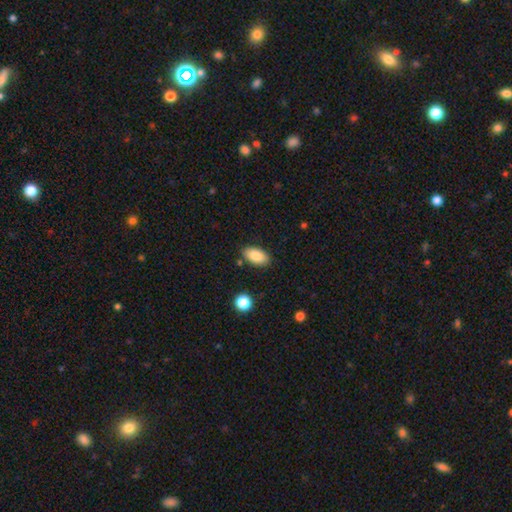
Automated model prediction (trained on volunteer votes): Smooth or featured?
  - smooth: 86% *
  - featured or disk: 7%
  - star or artifact: 7%
How rounded?
  - in between: 94% *
  - round: 4%
  - cigar-shaped: 2%
Merging?
  - none: 85% *
  - minor disturbance: 10%
  - merger: 3%
  - major disturbance: 2%